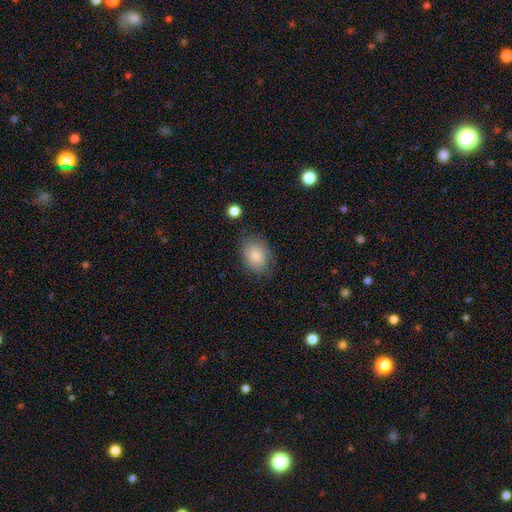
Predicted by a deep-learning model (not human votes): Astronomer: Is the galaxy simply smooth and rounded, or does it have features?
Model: smooth — 82%.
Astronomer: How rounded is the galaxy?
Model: in between — 72%.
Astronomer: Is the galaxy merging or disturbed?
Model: none — 75%.